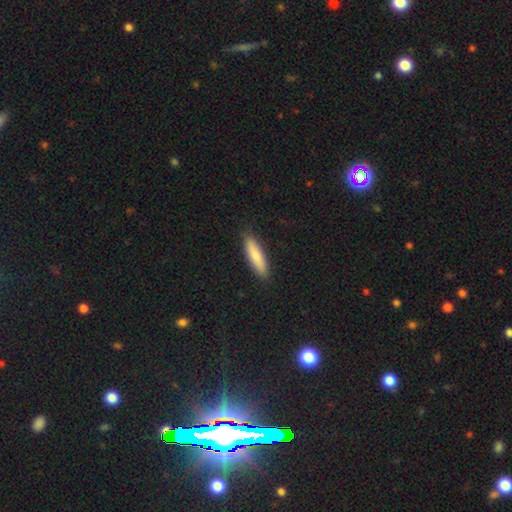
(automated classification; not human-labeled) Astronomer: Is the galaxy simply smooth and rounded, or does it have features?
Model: smooth — 81%.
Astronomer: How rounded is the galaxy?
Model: cigar-shaped — 70%.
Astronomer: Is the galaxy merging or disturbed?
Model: none — 89%.